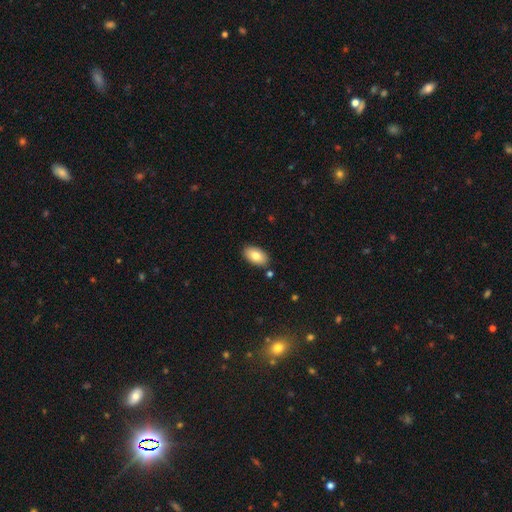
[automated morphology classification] smooth_or_featured: smooth (p=0.81) [alt: featured or disk p=0.12]
how_rounded: in between (p=0.94) [alt: round p=0.05]
merging: none (p=0.86) [alt: minor disturbance p=0.09]